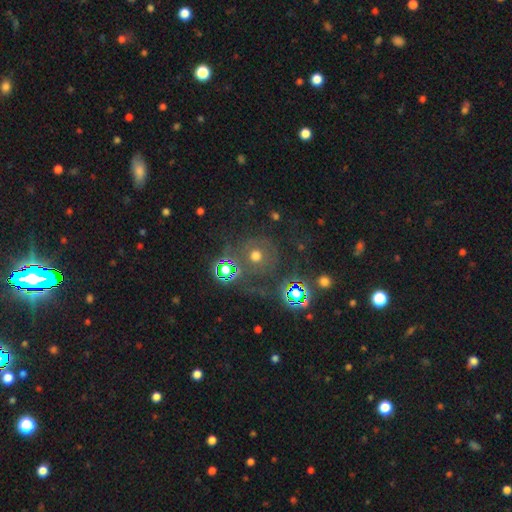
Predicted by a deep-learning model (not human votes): This appears to be a smooth galaxy with no disk features (49%). Merging: none (70%).